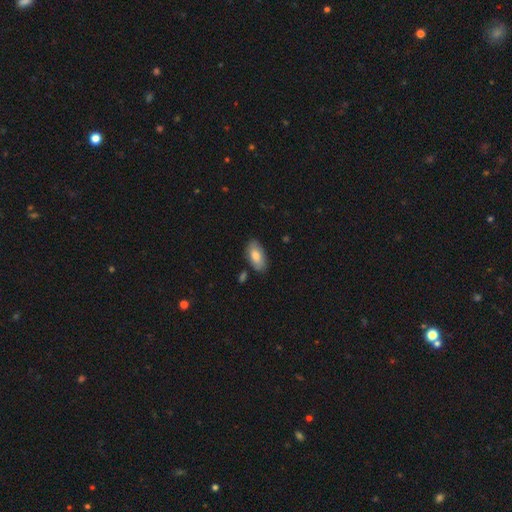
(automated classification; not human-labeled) The model was most divided on "smooth or featured": smooth: 79%, featured or disk: 15%, star or artifact: 6%. More confident: how rounded — in between (93%); merging — none (82%).